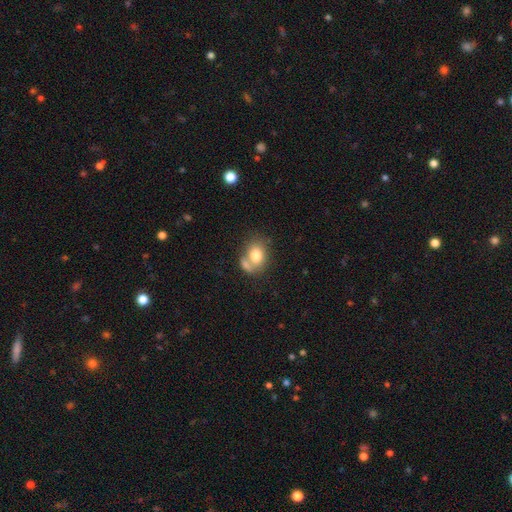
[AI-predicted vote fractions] Overall: smooth (75%). How rounded: in between (58%; round 40%). Merging: none (39%; merger 38%).